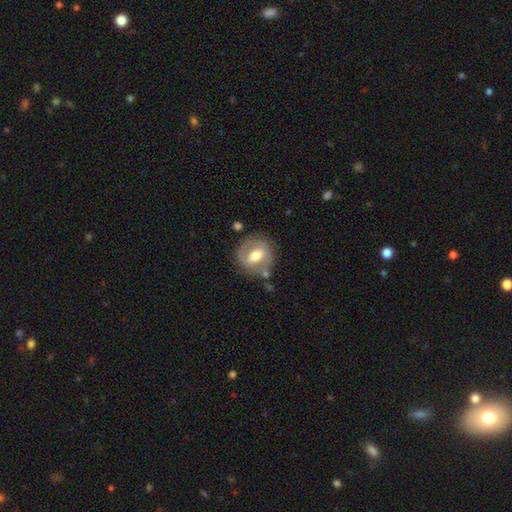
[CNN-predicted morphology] Smooth or featured: featured or disk — 56% (smooth — 37%)
Edge-on disk: no — 93% (yes — 7%)
Bar: weak — 43% (strong — 40%)
Spiral arms: no — 51% (yes — 49%)
Bulge size: moderate — 73% (small — 13%)
Merging: none — 73% (minor disturbance — 16%)